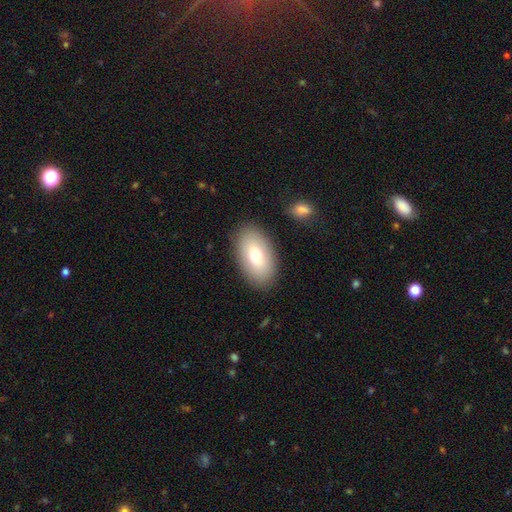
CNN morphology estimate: smooth 72%, featured or disk 20%, star or artifact 8%. Down the decision tree: how rounded — in between (93%); merging — none (86%).